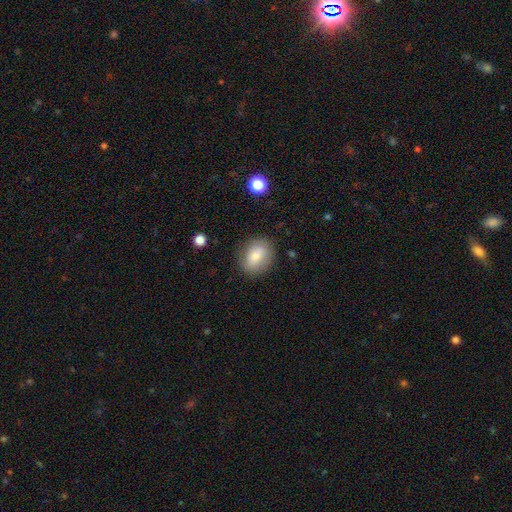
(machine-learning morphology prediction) This appears to be a smooth galaxy with no disk features (79%) that is in between round and cigar-shaped (66%). Merging: none (82%).